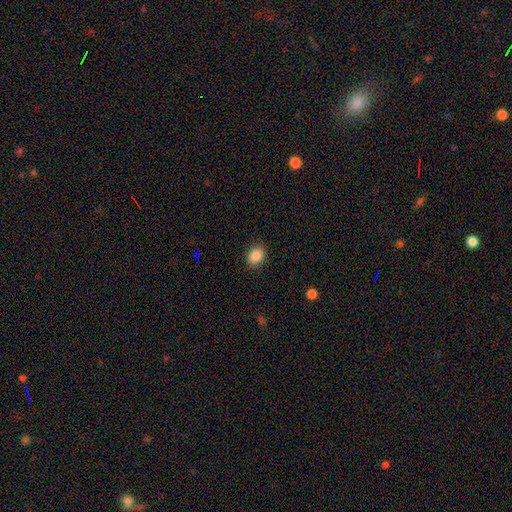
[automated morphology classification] smooth-or-featured: smooth: 88% | star or artifact: 9% | featured or disk: 4%
  how-rounded: in between: 63% | round: 36% | cigar-shaped: 1%
  merging: none: 87% | minor disturbance: 10% | major disturbance: 3% | merger: 1%